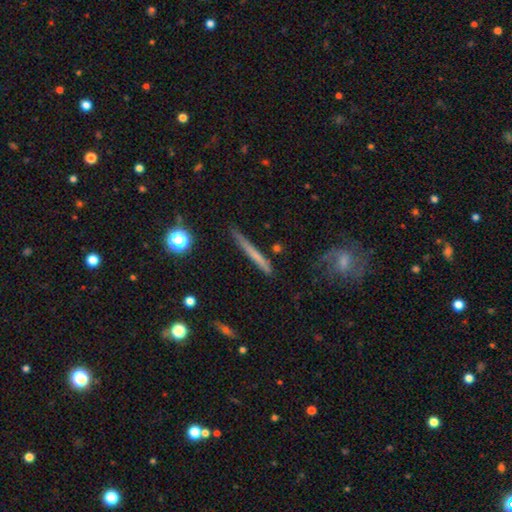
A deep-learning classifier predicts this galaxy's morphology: Overall: smooth (53%; featured or disk 39%). How rounded: cigar-shaped (95%). Merging: none (81%).